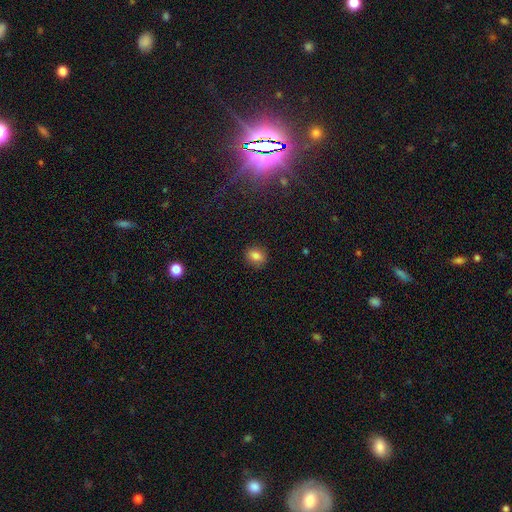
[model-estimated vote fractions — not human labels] A smooth galaxy with no disk features (82%) that is round (60%).

Vote fractions:
- Smooth or featured? smooth: 82% / star or artifact: 11% / featured or disk: 8%
- How rounded? round: 60% / in between: 39% / cigar-shaped: 1%
- Merging? none: 88% / minor disturbance: 8% / major disturbance: 2% / merger: 1%